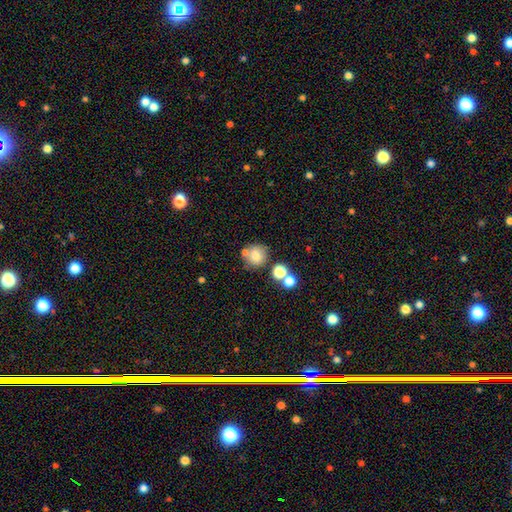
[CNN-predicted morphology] Smooth or featured? Predicted: smooth (p=0.76). How rounded? Predicted: round (p=0.88). Merging? Predicted: none (p=0.63).